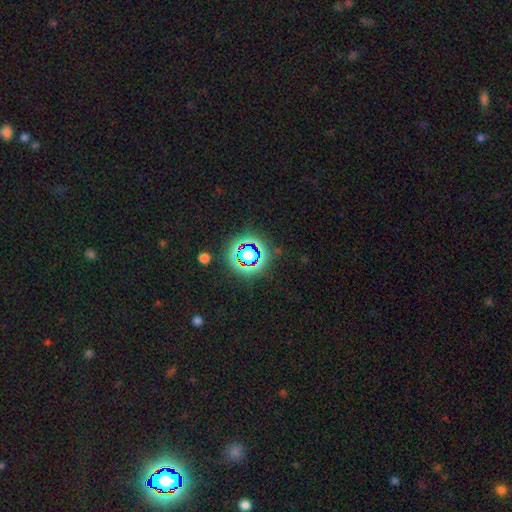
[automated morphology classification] type=star or artifact (79%).